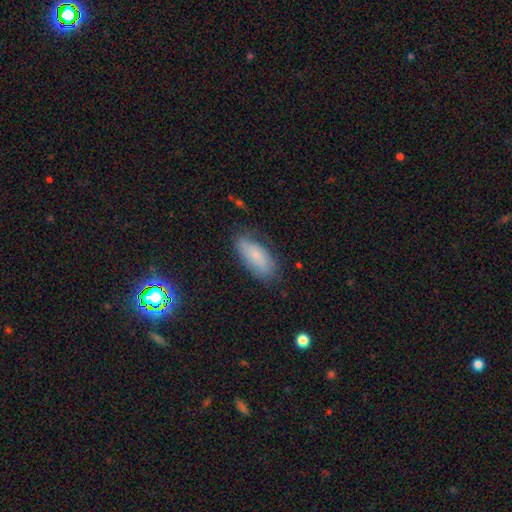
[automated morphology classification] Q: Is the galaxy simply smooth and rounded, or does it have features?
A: smooth — 67%.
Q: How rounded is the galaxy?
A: in between — 85%.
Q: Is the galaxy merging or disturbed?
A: none — 70%.